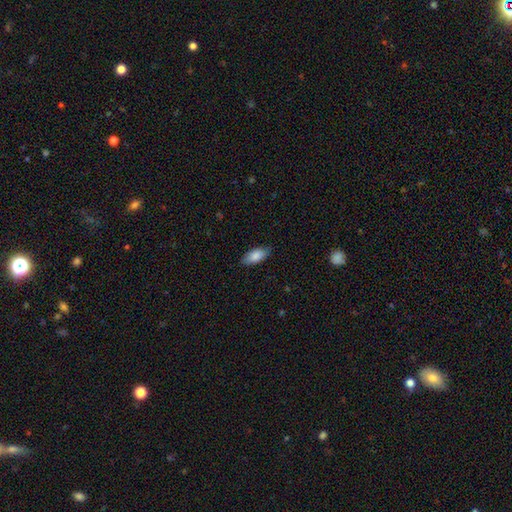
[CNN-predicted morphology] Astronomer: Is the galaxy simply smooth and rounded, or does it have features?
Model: smooth — 85%.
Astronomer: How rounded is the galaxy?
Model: in between — 87%.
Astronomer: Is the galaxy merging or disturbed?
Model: none — 83%.